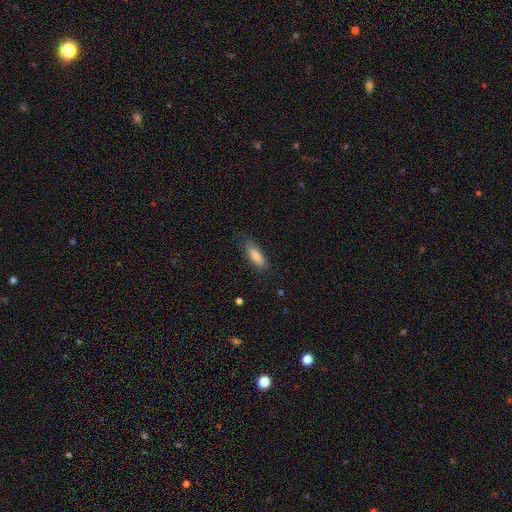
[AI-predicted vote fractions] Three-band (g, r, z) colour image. It shows a smooth galaxy with no disk features (81%) that is in between round and cigar-shaped (63%). Merging: none (76%).